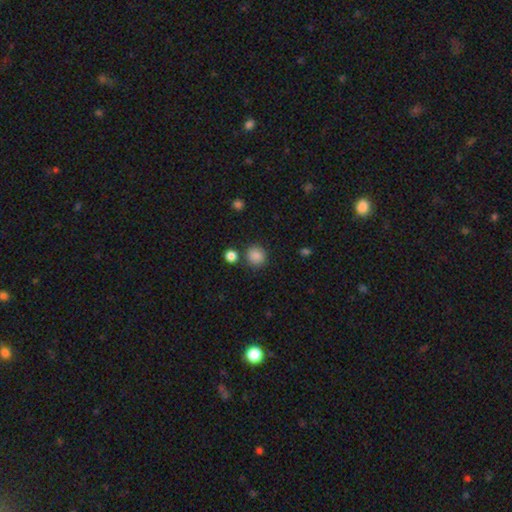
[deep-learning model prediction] Q: Smooth or featured?
A: smooth (87%); runner-up: star or artifact (10%)
Q: How rounded?
A: round (88%); runner-up: in between (12%)
Q: Merging?
A: none (81%); runner-up: minor disturbance (9%)